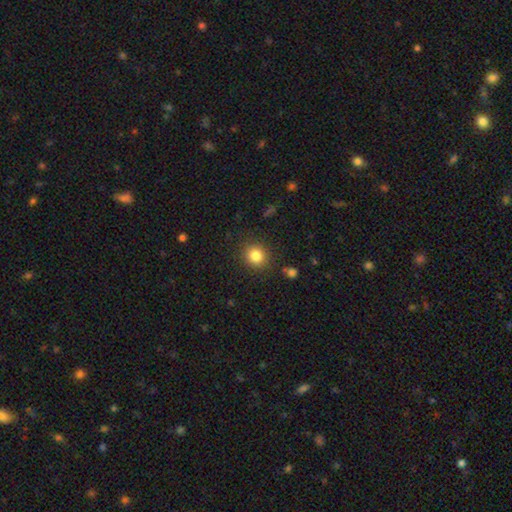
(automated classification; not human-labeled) The model was most divided on "smooth or featured": smooth: 83%, star or artifact: 11%, featured or disk: 5%. More confident: merging — none (87%); how rounded — round (87%).